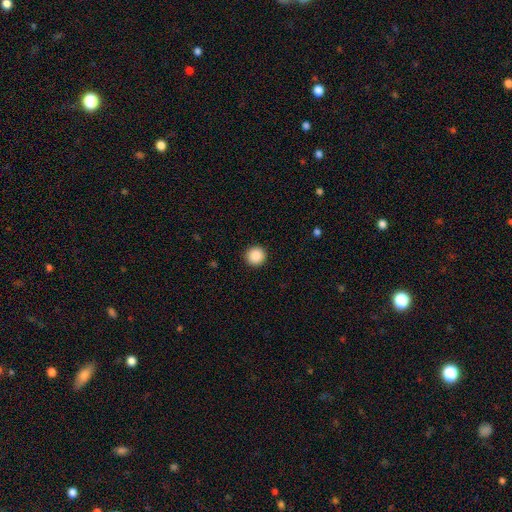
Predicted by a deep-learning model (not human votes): Smooth or featured? Predicted: smooth (p=0.88). How rounded? Predicted: round (p=0.96). Merging? Predicted: none (p=0.93).